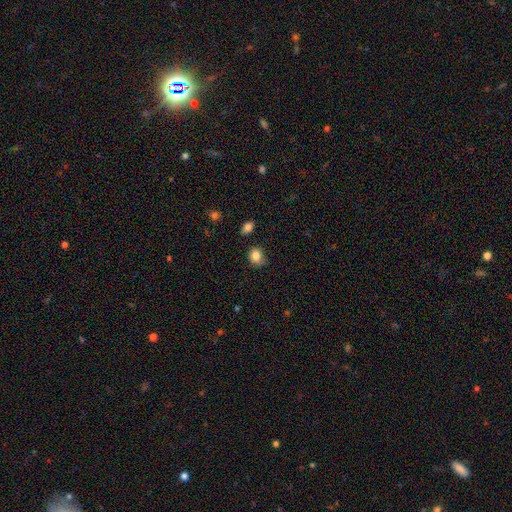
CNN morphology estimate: smooth-or-featured: smooth: 84% | star or artifact: 10% | featured or disk: 6%
  how-rounded: round: 62% | in between: 37% | cigar-shaped: 1%
  merging: none: 69% | minor disturbance: 24% | major disturbance: 4% | merger: 3%